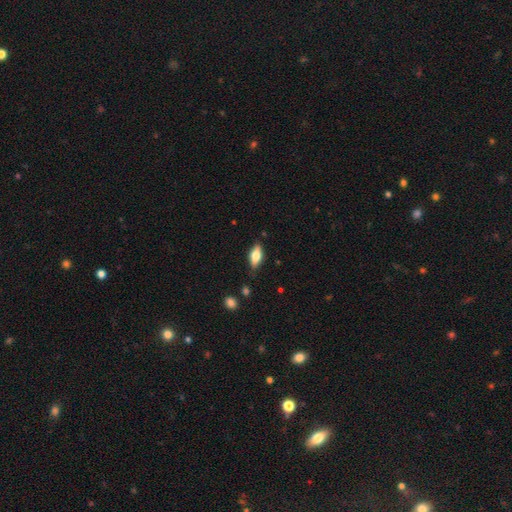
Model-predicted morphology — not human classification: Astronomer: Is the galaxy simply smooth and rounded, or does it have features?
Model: smooth — 66%.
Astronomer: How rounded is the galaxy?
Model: in between — 80%.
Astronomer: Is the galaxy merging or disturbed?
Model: none — 79%.